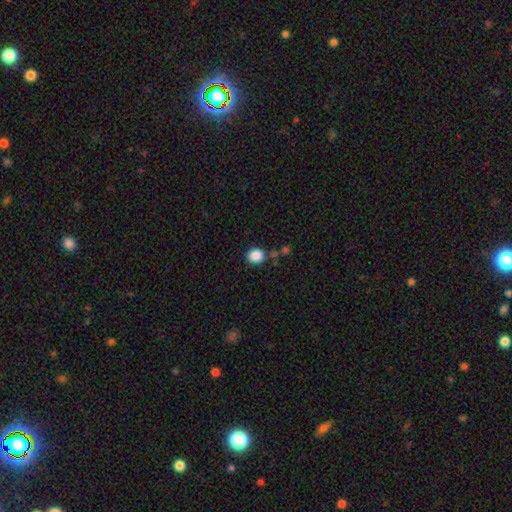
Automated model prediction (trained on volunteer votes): The model was most divided on "how rounded": round: 82%, in between: 17%, cigar-shaped: 1%. More confident: smooth or featured — smooth (87%); merging — none (80%).